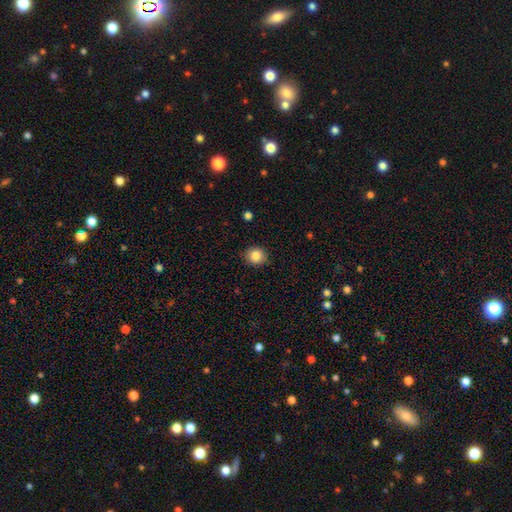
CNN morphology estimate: Smooth or featured? smooth (85%)
How rounded? round (84%)
Merging? none (89%)